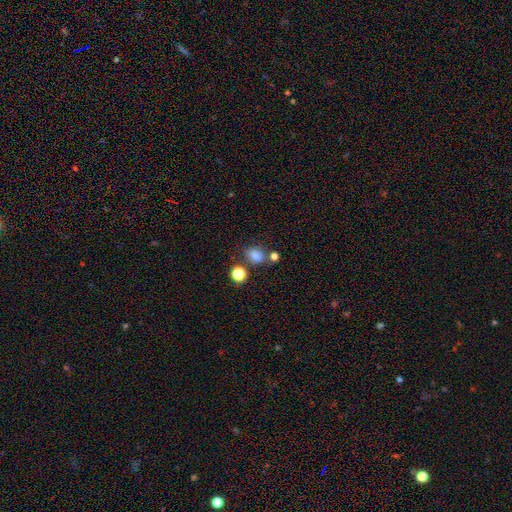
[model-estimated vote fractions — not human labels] This appears to be a smooth galaxy with no disk features (79%) that is in between round and cigar-shaped (59%). Merging: none (63%).